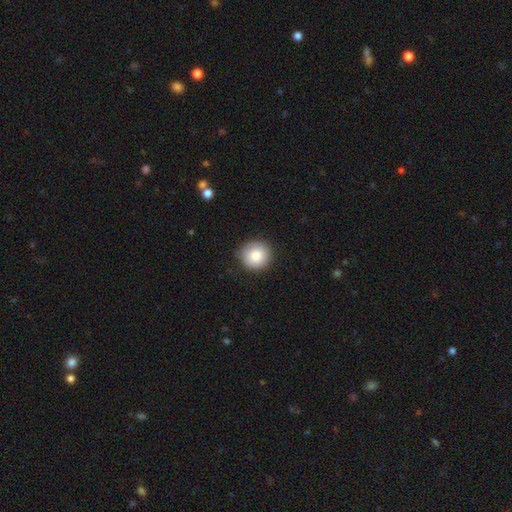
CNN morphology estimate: Smooth or featured?
  - smooth: 83% *
  - featured or disk: 9%
  - star or artifact: 8%
How rounded?
  - round: 92% *
  - in between: 7%
  - cigar-shaped: 1%
Merging?
  - none: 87% *
  - minor disturbance: 10%
  - major disturbance: 2%
  - merger: 1%